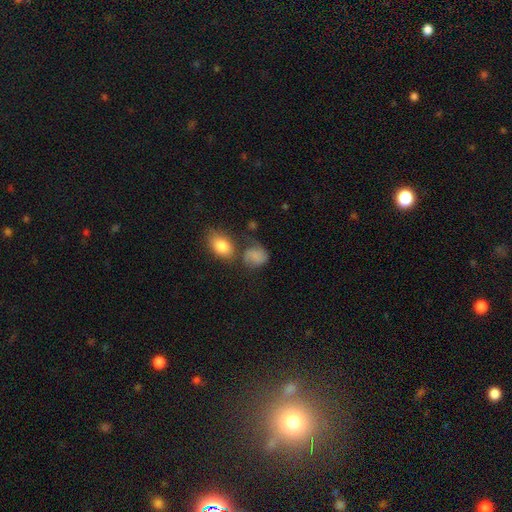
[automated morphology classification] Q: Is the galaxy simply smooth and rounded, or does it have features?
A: smooth — 61%.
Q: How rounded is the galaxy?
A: in between — 50%.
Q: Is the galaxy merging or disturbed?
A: none — 44%.